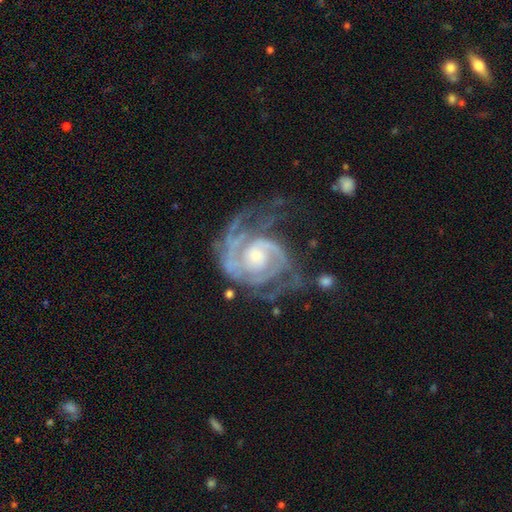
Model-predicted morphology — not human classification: This is clearly a featured or disk galaxy (92%). It is clearly not viewed edge-on (98%). Bar: likely no (65%). Spiral arm pattern: clearly yes (98%). Spiral arm count: possibly 2 (55%). Spiral winding: possibly tight (58%). Central bulge: possibly moderate (49%). Merging: possibly none (53%).